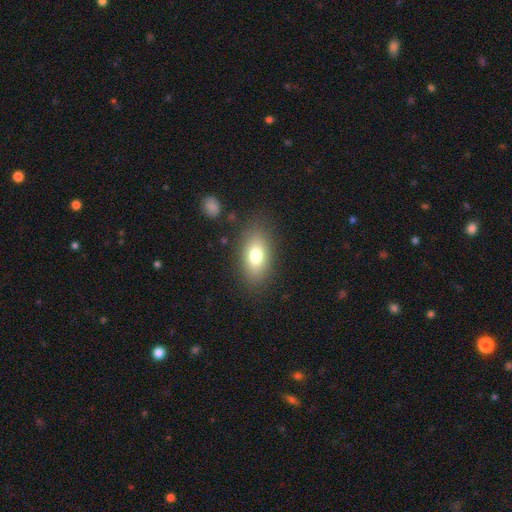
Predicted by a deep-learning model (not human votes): smooth_or_featured: smooth (p=0.75) [alt: featured or disk p=0.16]
how_rounded: in between (p=0.87) [alt: round p=0.09]
merging: none (p=0.82) [alt: minor disturbance p=0.11]